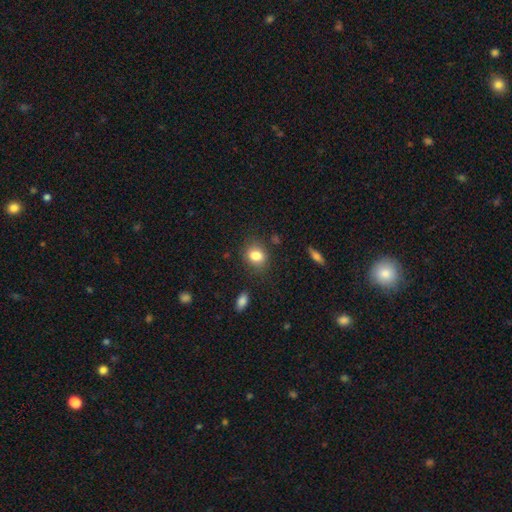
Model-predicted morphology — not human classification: This appears to be a smooth galaxy with no disk features (82%) that is in between round and cigar-shaped (53%). Merging: none (81%).